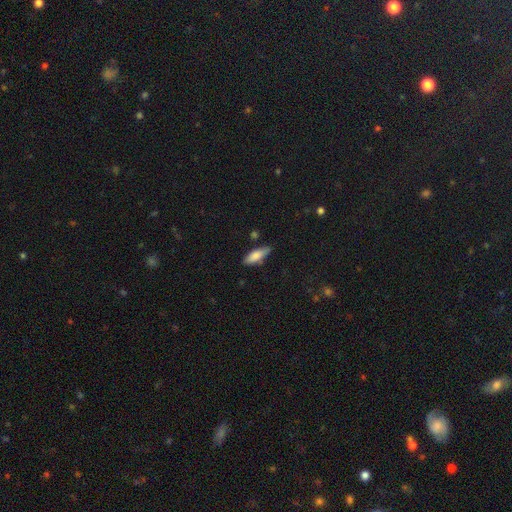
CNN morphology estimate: This is likely a smooth galaxy (79%). How rounded: possibly in between (58%). Merging: likely none (76%).